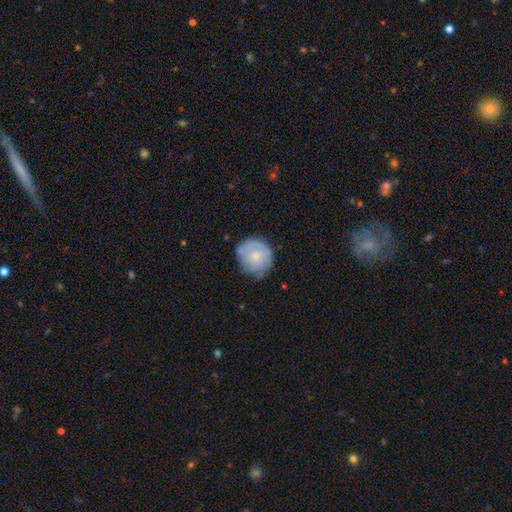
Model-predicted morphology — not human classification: The model was most divided on "smooth or featured": smooth: 53%, featured or disk: 41%, star or artifact: 7%. More confident: how rounded — round (89%); merging — none (63%).